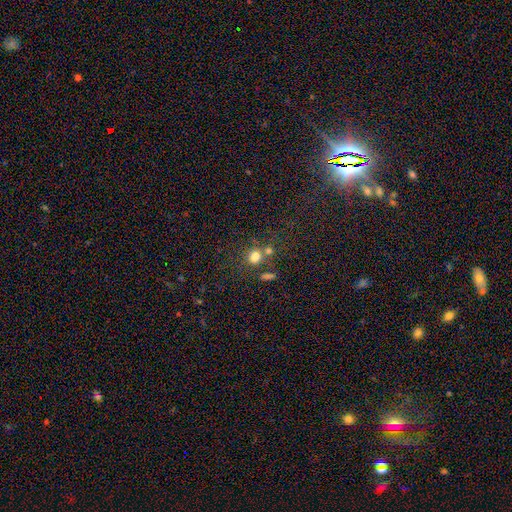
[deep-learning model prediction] Q: Smooth or featured?
A: smooth (75%); runner-up: star or artifact (16%)
Q: How rounded?
A: round (61%); runner-up: in between (37%)
Q: Merging?
A: none (54%); runner-up: merger (29%)